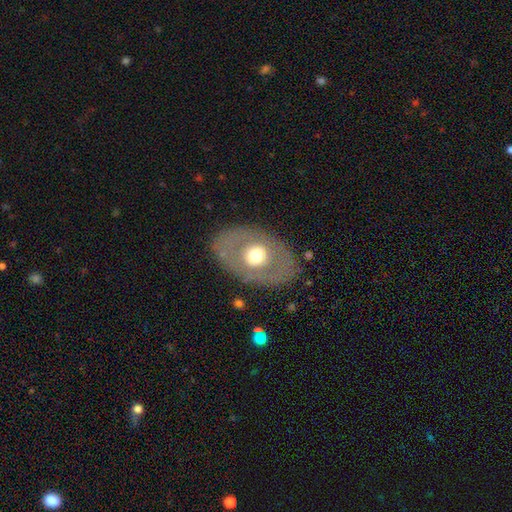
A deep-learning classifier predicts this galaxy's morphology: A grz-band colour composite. It shows a featured or disk galaxy (50%). Merging: none (81%).